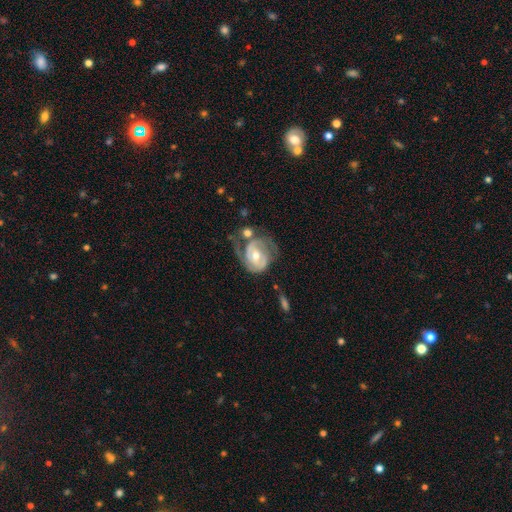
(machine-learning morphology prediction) Overall: featured or disk (82%). Edge-on disk: no (97%). Bar: no (49%; weak 38%). Spiral arms: yes (90%). Spiral arm count: 2 (61%). Spiral winding: tight (52%; medium 35%). Bulge size: moderate (64%; small 31%). Merging: none (42%; major disturbance 24%).